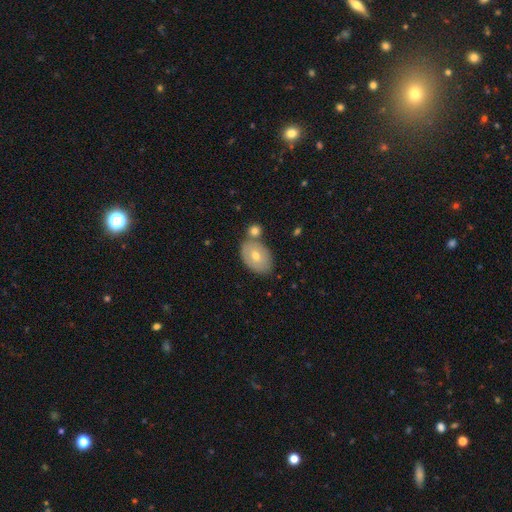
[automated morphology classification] Overall: smooth (62%; featured or disk 30%). How rounded: in between (84%). Merging: none (64%).